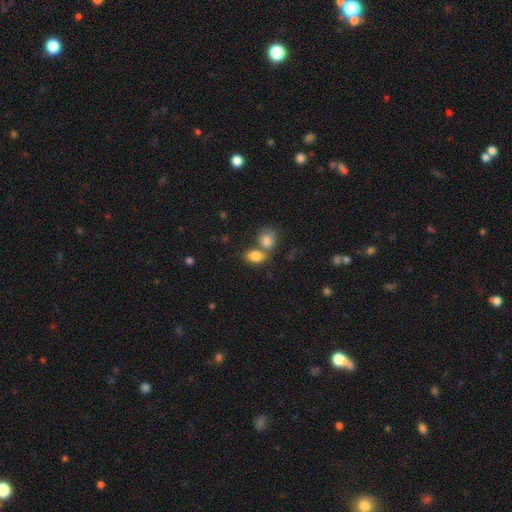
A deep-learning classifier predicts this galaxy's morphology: smooth 82%, featured or disk 9%, star or artifact 9%. Down the decision tree: how rounded — in between (77%); merging — merger (50%).